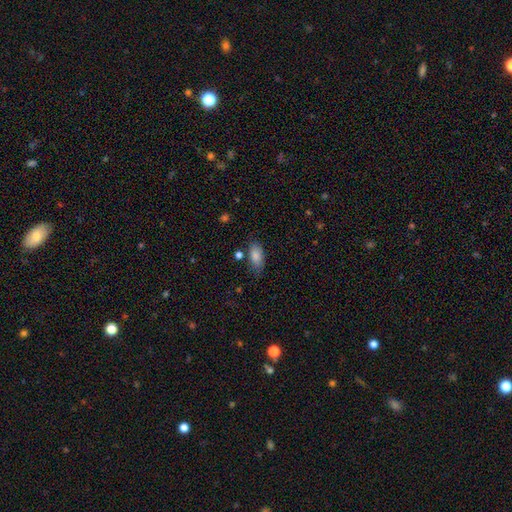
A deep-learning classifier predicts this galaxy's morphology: A smooth galaxy with no disk features (85%) that is in between round and cigar-shaped (90%). Merging: none (72%).